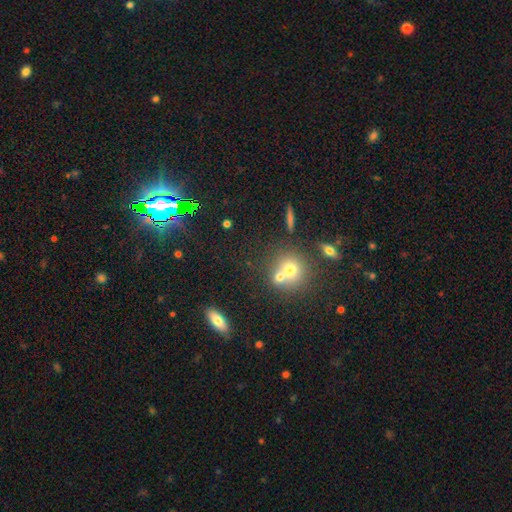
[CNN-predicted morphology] smooth-or-featured: star or artifact: 49% | smooth: 40% | featured or disk: 11%